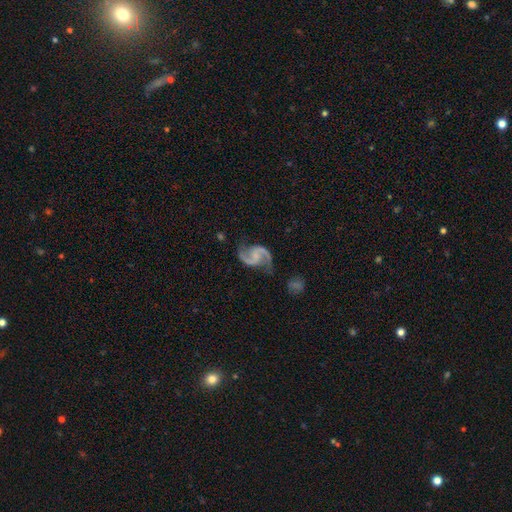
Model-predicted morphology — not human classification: Smooth or featured? Predicted: featured or disk (p=0.92). Edge-on disk? Predicted: no (p=0.98). Bar? Predicted: no (p=0.46). Spiral arms? Predicted: yes (p=0.98). Spiral winding? Predicted: loose (p=0.48). Spiral arm count? Predicted: 2 (p=0.94). Bulge size? Predicted: none (p=0.55). Merging? Predicted: none (p=0.74).